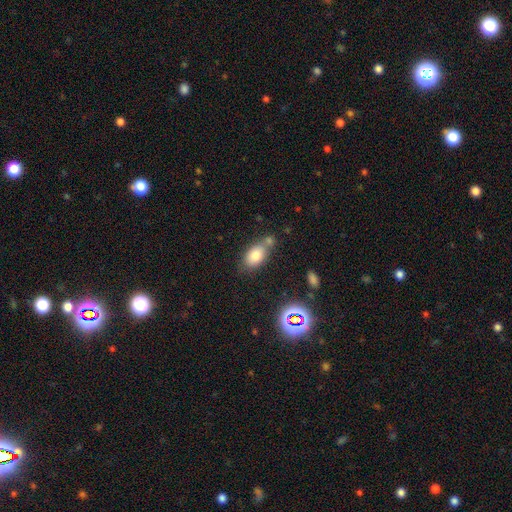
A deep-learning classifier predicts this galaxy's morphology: Smooth or featured: smooth — 78% (featured or disk — 12%)
How rounded: in between — 85% (round — 12%)
Merging: none — 54% (merger — 25%)